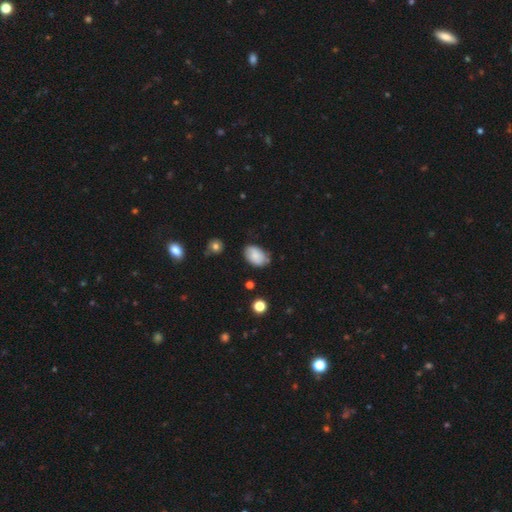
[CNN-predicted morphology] A smooth galaxy with no disk features (77%) that is in between round and cigar-shaped (86%). Merging: none (66%).